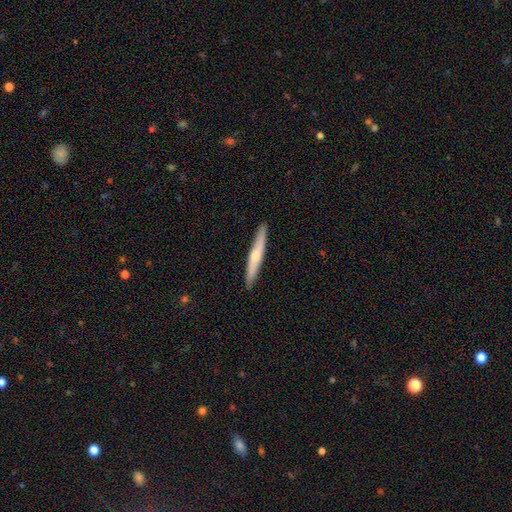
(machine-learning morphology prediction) type=smooth (52%); roundness=cigar-shaped (95%); merging=none (91%).